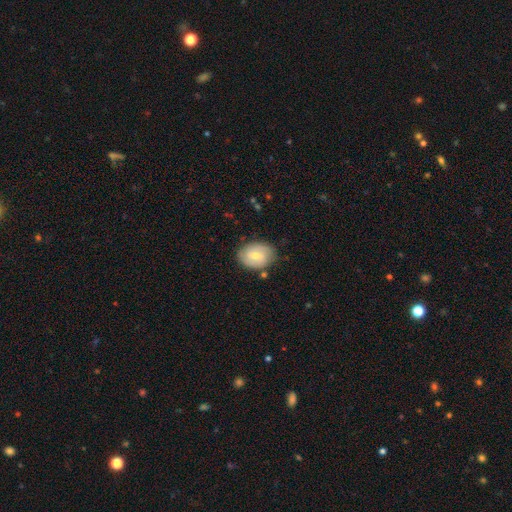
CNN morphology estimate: Smooth or featured? featured or disk (50%)
Merging? none (77%)